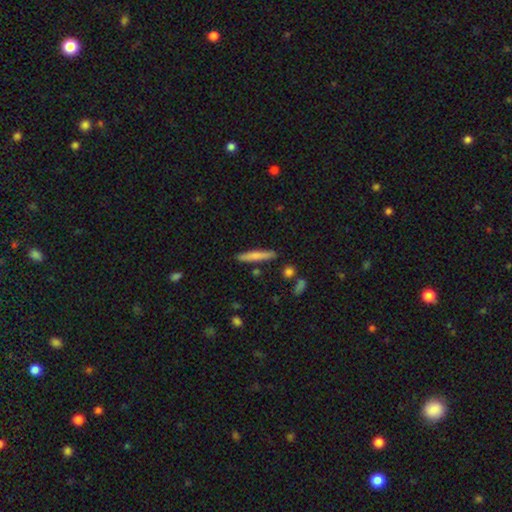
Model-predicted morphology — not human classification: Overall: smooth (71%). How rounded: cigar-shaped (92%). Merging: none (86%).